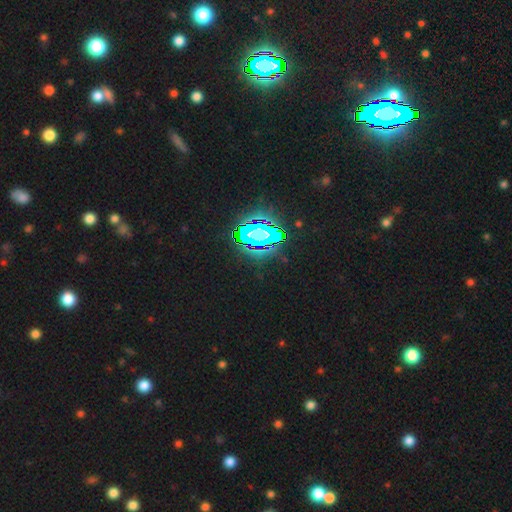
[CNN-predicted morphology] Smooth or featured? Predicted: star or artifact (p=0.79).